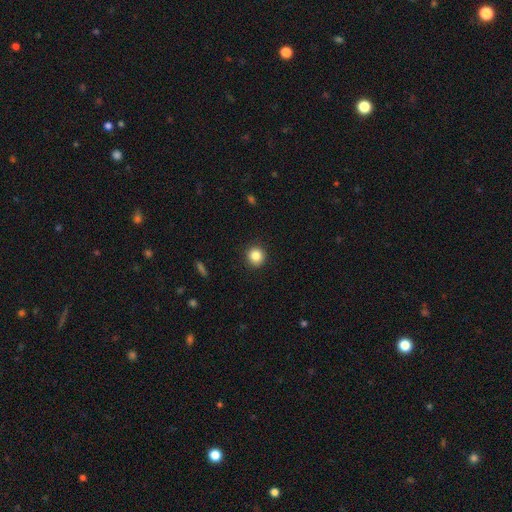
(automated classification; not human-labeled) smooth 85%, star or artifact 10%, featured or disk 5%. Down the decision tree: how rounded — round (93%); merging — none (92%).